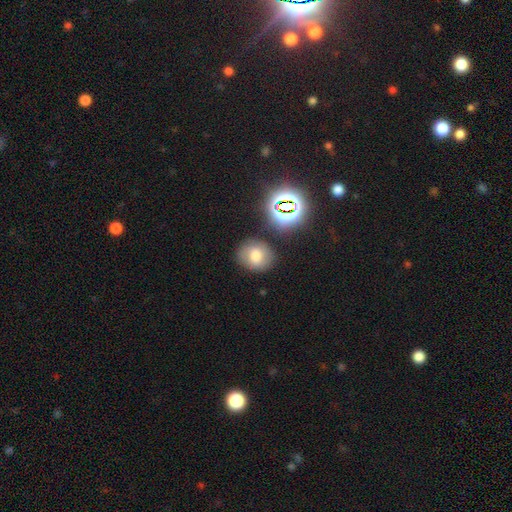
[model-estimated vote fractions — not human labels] smooth-or-featured: smooth: 64% | featured or disk: 19% | star or artifact: 17%
  how-rounded: round: 67% | in between: 32% | cigar-shaped: 1%
  merging: none: 78% | minor disturbance: 13% | merger: 5% | major disturbance: 4%